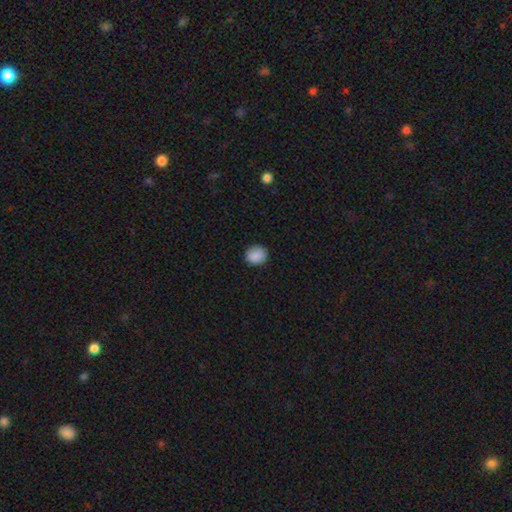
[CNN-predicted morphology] Overall: smooth (89%). How rounded: round (84%). Merging: none (89%).